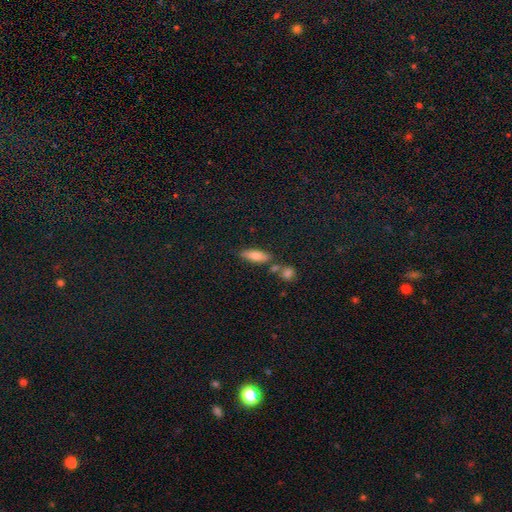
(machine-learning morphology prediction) Smooth or featured: smooth — 76% (featured or disk — 16%)
How rounded: in between — 58% (cigar-shaped — 39%)
Merging: none — 69% (merger — 14%)